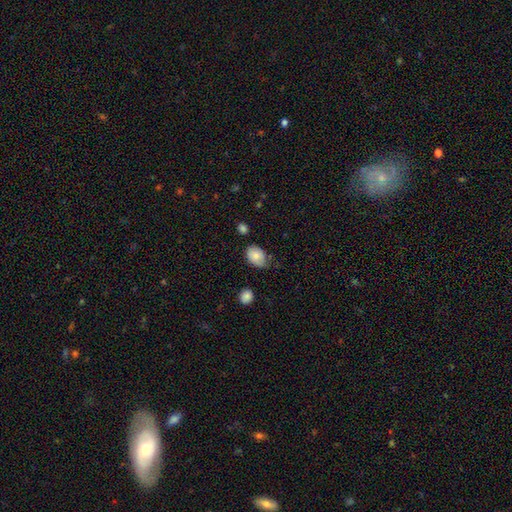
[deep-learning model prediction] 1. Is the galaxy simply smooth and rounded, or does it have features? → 80% smooth, 12% featured or disk, 8% star or artifact.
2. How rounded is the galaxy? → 81% in between, 18% round, 1% cigar-shaped.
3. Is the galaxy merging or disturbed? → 61% none, 30% minor disturbance, 6% major disturbance, 3% merger.